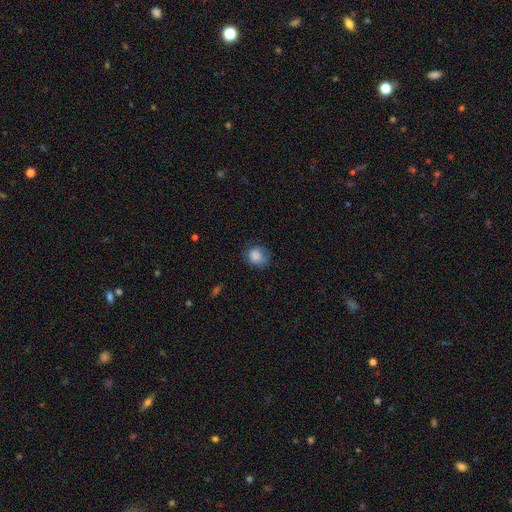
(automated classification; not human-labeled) Overall: smooth (82%). How rounded: round (76%). Merging: none (75%).